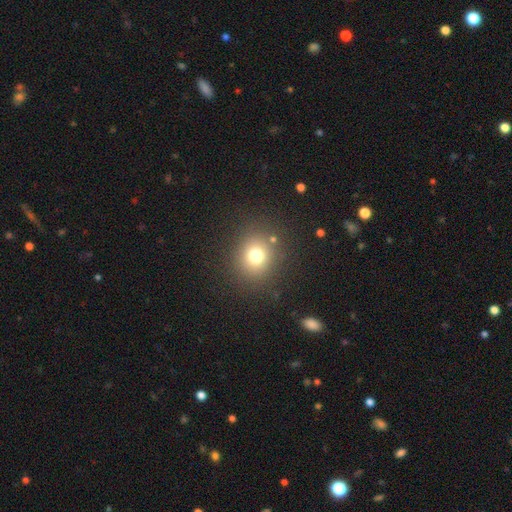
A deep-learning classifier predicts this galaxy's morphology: smooth-or-featured: smooth: 74% | star or artifact: 17% | featured or disk: 10%
  how-rounded: round: 83% | in between: 17% | cigar-shaped: 1%
  merging: none: 85% | minor disturbance: 8% | major disturbance: 4% | merger: 3%